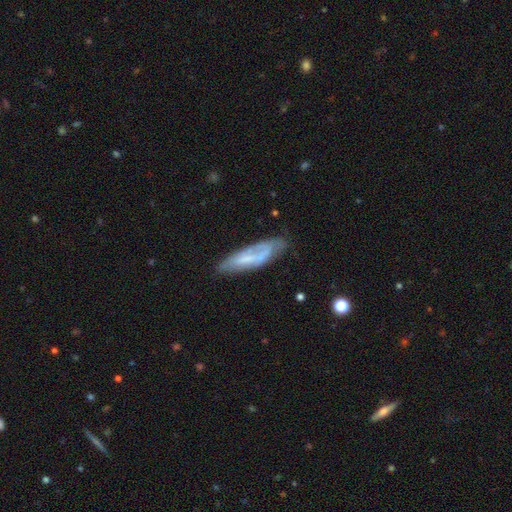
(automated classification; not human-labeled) smooth-or-featured: featured or disk: 52% | smooth: 39% | star or artifact: 9%
  disk-edge-on: no: 68% | yes: 32%
  merging: none: 63% | minor disturbance: 24% | major disturbance: 10% | merger: 3%